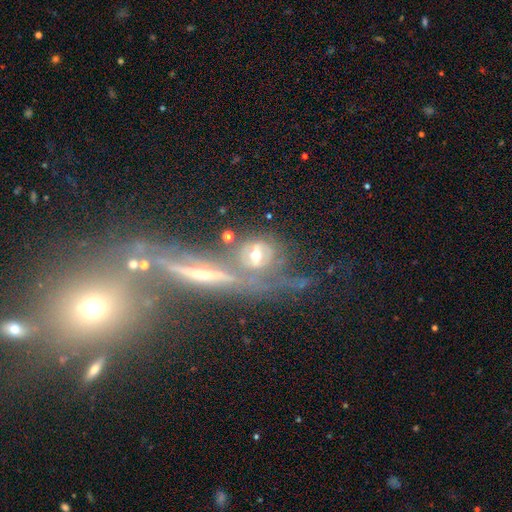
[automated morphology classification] smooth-or-featured: featured or disk: 65% | smooth: 21% | star or artifact: 14%
  disk-edge-on: yes: 50% (tied) | no: 50% (tied)
  merging: none: 37% | merger: 35% | minor disturbance: 14% | major disturbance: 13%